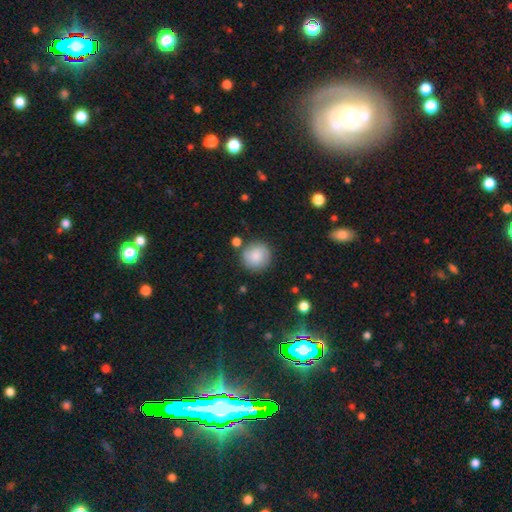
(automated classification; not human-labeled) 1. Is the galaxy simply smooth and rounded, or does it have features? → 83% smooth, 9% featured or disk, 8% star or artifact.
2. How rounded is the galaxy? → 94% round, 5% in between, 1% cigar-shaped.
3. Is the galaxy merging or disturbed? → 83% none, 10% minor disturbance, 4% merger, 3% major disturbance.